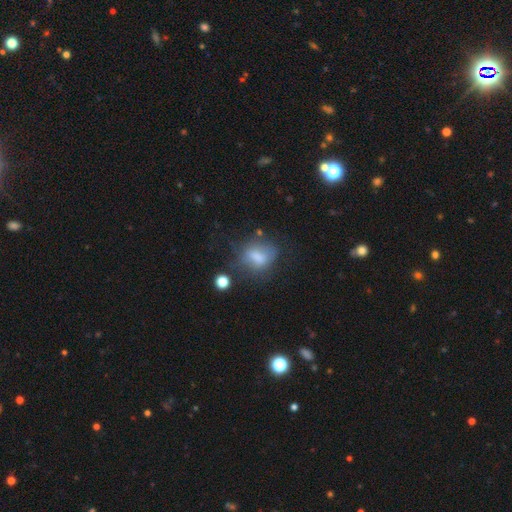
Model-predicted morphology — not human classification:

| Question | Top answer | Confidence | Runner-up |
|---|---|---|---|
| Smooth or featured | smooth | 68% | featured or disk (20%) |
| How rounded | in between | 60% | round (38%) |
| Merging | none | 51% | minor disturbance (26%) |